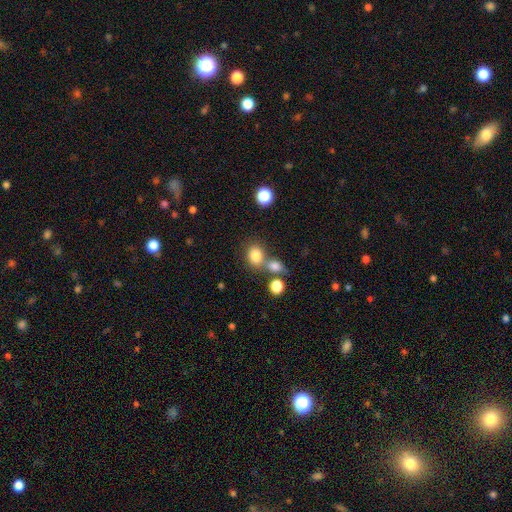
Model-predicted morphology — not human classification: Smooth or featured? smooth (81%)
How rounded? round (52%)
Merging? none (51%)